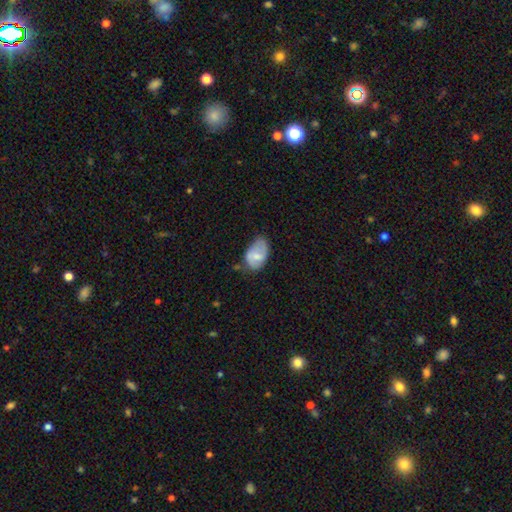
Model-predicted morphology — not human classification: Overall: smooth (64%; featured or disk 29%). How rounded: in between (87%). Merging: none (43%; minor disturbance 41%).